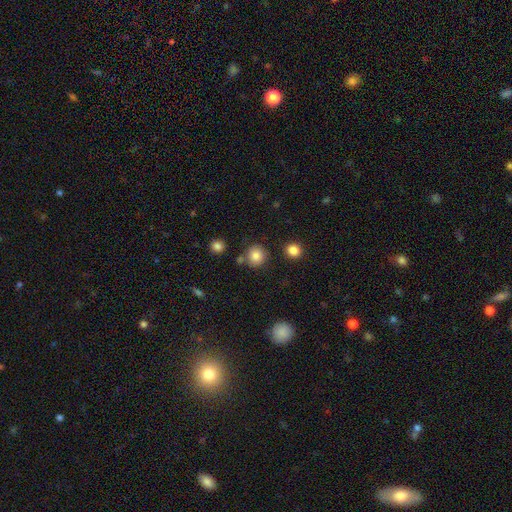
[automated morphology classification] Overall: smooth (84%). How rounded: round (89%). Merging: none (79%).